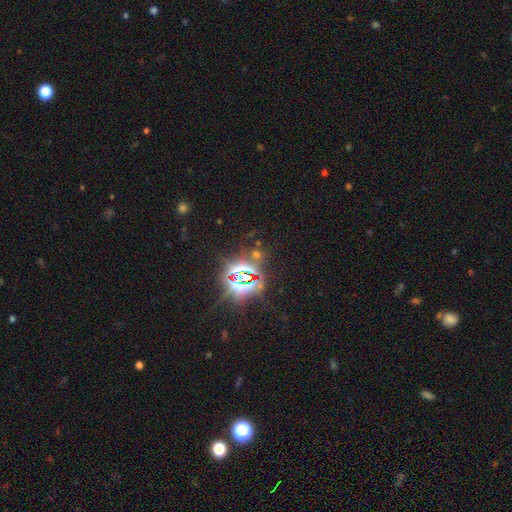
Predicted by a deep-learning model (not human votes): smooth_or_featured: star or artifact (p=0.84) [alt: smooth p=0.09]